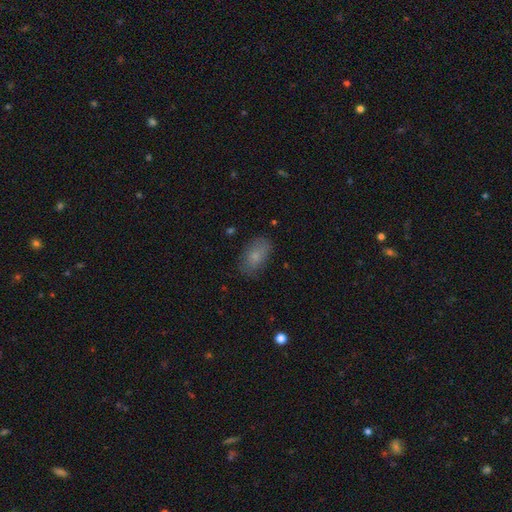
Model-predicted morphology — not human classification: Smooth or featured?
  - smooth: 76% *
  - featured or disk: 15%
  - star or artifact: 8%
How rounded?
  - in between: 91% *
  - round: 6%
  - cigar-shaped: 2%
Merging?
  - none: 75% *
  - minor disturbance: 18%
  - major disturbance: 5%
  - merger: 1%